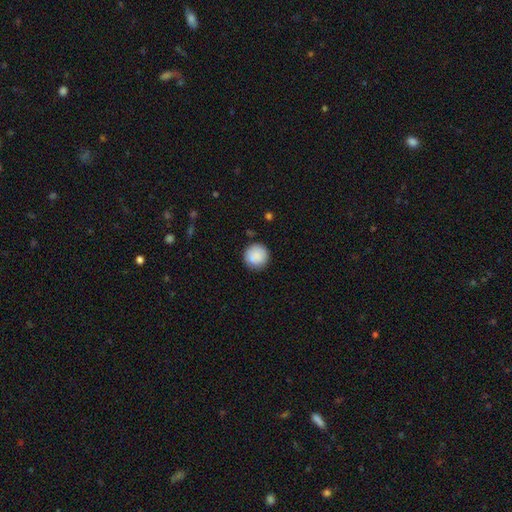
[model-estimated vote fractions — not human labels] This appears to be a smooth galaxy with no disk features (89%) that is round (95%). Merging: none (88%).